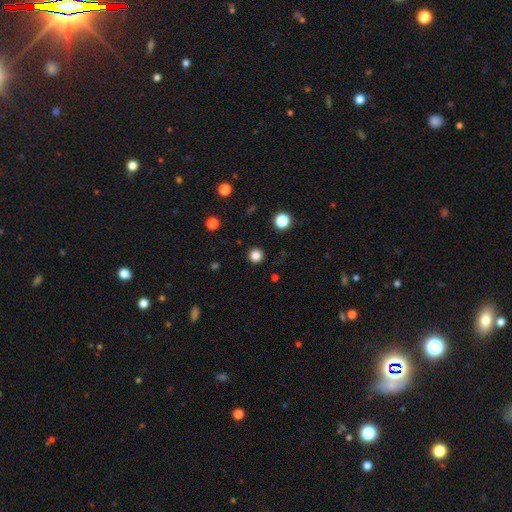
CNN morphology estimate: Overall: smooth (84%). How rounded: round (96%). Merging: none (93%).